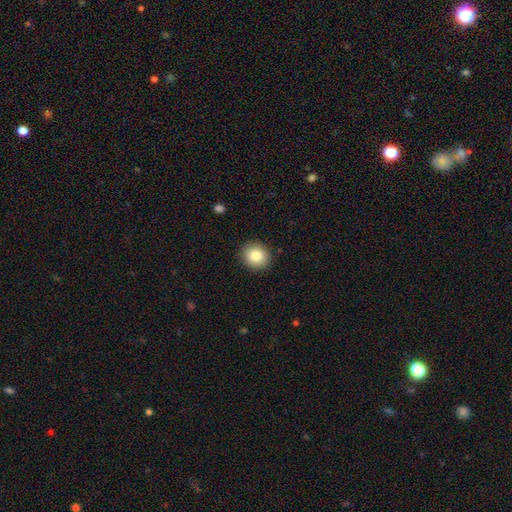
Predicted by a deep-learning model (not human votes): Smooth or featured? Predicted: smooth (p=0.84). How rounded? Predicted: round (p=0.84). Merging? Predicted: none (p=0.90).